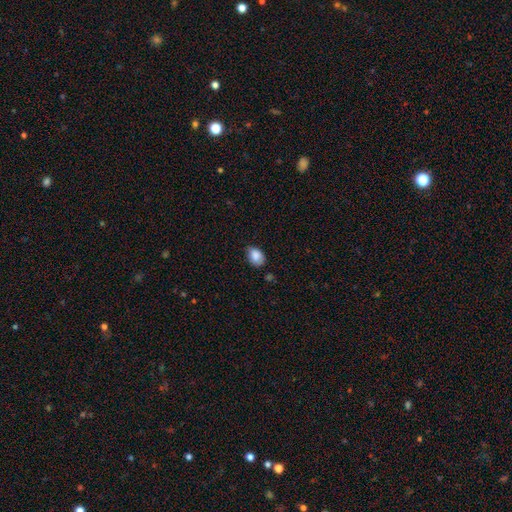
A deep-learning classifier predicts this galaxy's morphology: smooth_or_featured: smooth (p=0.87) [alt: star or artifact p=0.08]
how_rounded: in between (p=0.80) [alt: round p=0.19]
merging: none (p=0.72) [alt: minor disturbance p=0.22]